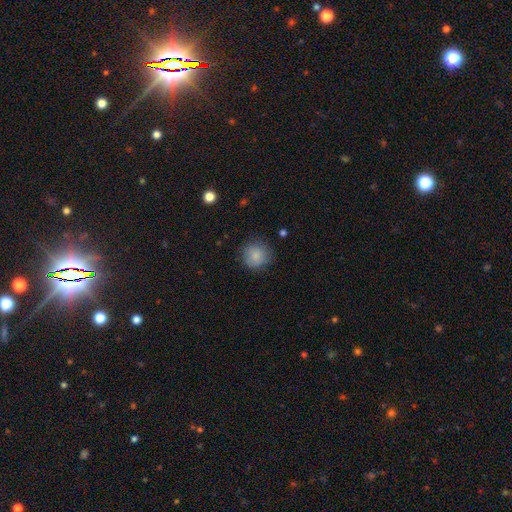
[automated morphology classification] Smooth or featured: smooth — 85% (star or artifact — 9%)
How rounded: round — 93% (in between — 6%)
Merging: none — 82% (minor disturbance — 13%)